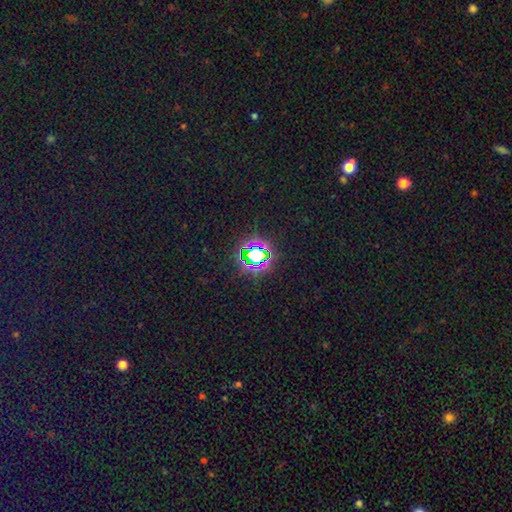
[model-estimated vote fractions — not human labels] Smooth or featured: star or artifact — 72% (smooth — 18%)